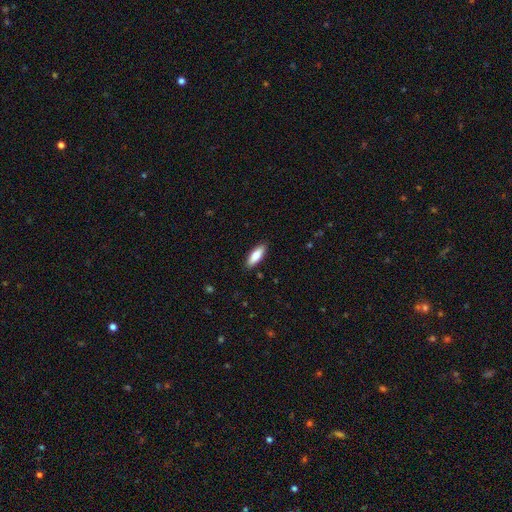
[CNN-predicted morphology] smooth-or-featured: smooth: 80% | featured or disk: 15% | star or artifact: 6%
  how-rounded: in between: 63% | cigar-shaped: 35% | round: 2%
  merging: none: 89% | minor disturbance: 9% | major disturbance: 2% | merger: 1%